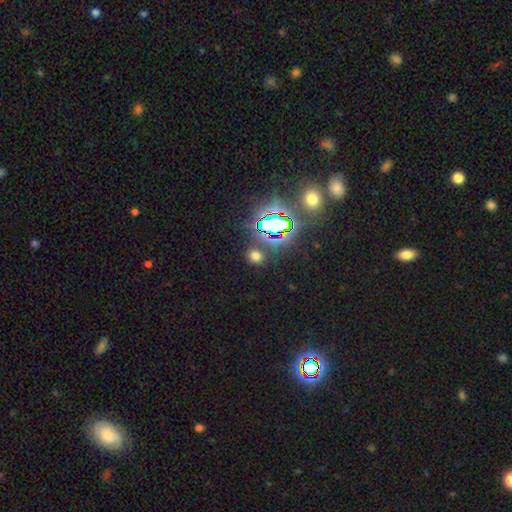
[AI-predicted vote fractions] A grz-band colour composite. It shows a smooth galaxy with no disk features (58%) that is round (60%). Merging: none (82%).